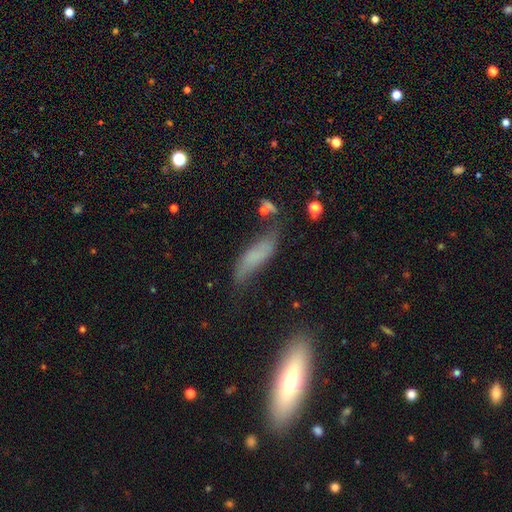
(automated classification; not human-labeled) Smooth or featured?
  - smooth: 62% *
  - featured or disk: 26%
  - star or artifact: 12%
How rounded?
  - cigar-shaped: 53% *
  - in between: 44%
  - round: 3%
Merging?
  - none: 53% *
  - minor disturbance: 29%
  - major disturbance: 13%
  - merger: 6%